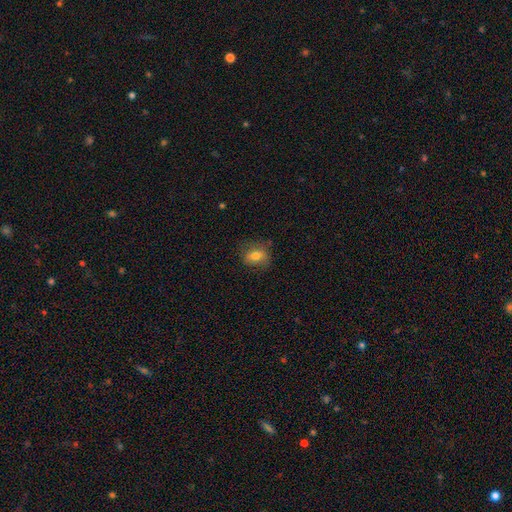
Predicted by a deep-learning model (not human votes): smooth_or_featured: smooth (p=0.73) [alt: featured or disk p=0.17]
how_rounded: in between (p=0.56) [alt: round p=0.43]
merging: none (p=0.70) [alt: minor disturbance p=0.21]